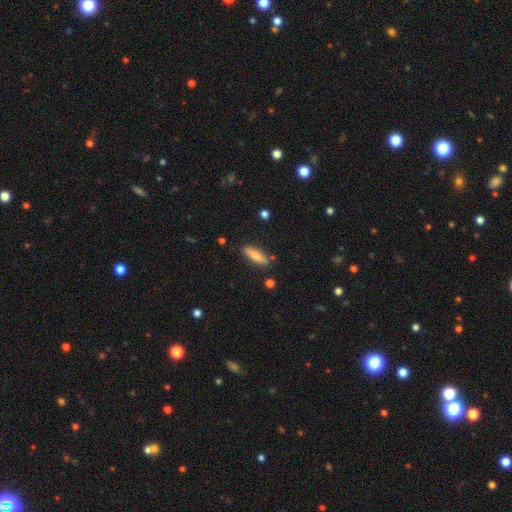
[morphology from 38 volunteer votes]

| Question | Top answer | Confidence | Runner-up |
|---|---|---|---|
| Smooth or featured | smooth | 84% | featured or disk (11%) |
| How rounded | in between | 50% | tied: cigar-shaped (50%) |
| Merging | none | 89% | minor disturbance (11%) |